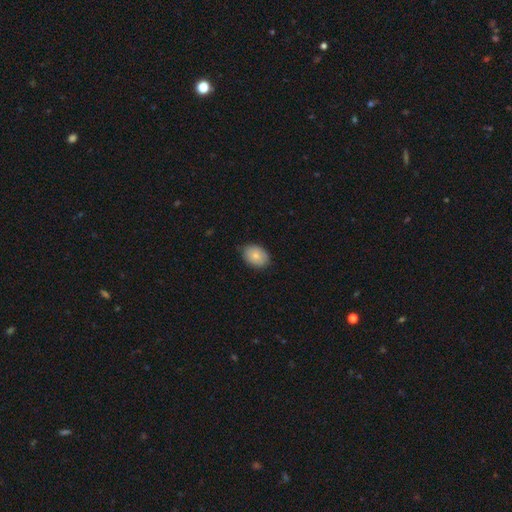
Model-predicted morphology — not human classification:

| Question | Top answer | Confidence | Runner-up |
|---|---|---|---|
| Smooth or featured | smooth | 81% | featured or disk (12%) |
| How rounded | in between | 76% | round (23%) |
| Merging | none | 83% | minor disturbance (14%) |